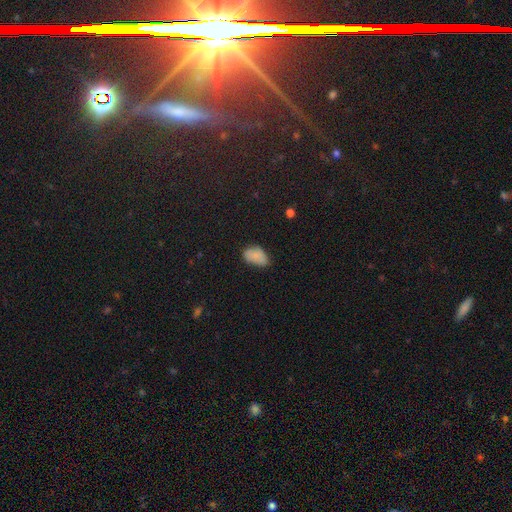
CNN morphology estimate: smooth 81%, star or artifact 10%, featured or disk 9%. Down the decision tree: how rounded — in between (91%); merging — none (49%).